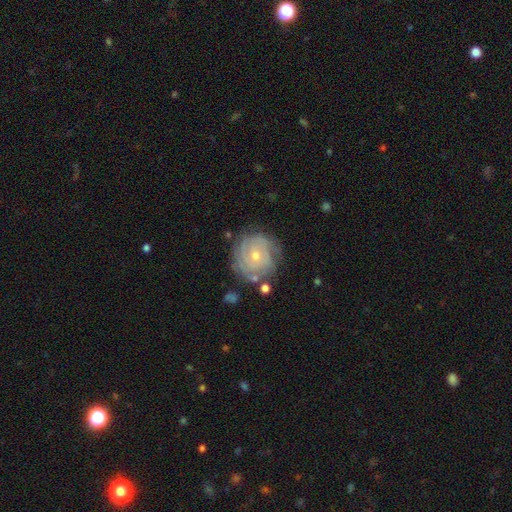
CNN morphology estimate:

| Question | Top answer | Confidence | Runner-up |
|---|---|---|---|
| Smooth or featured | featured or disk | 80% | smooth (14%) |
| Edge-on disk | no | 98% | yes (2%) |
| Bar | no | 75% | weak (21%) |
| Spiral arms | yes | 92% | no (8%) |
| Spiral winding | tight | 79% | medium (17%) |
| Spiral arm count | can't tell | 38% | 3 (20%) |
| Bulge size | small | 56% | moderate (41%) |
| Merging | none | 72% | minor disturbance (18%) |